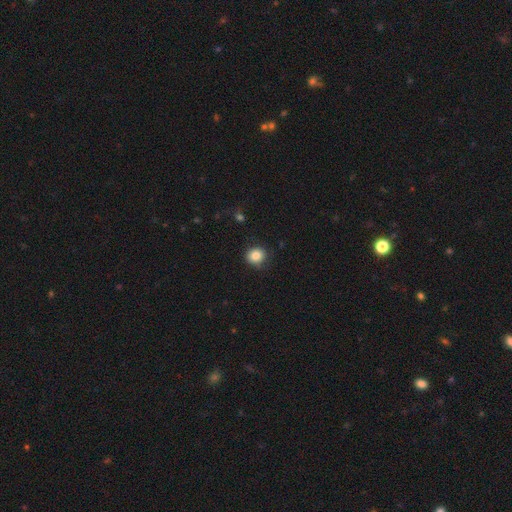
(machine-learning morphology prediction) smooth_or_featured: smooth (p=0.84) [alt: star or artifact p=0.10]
how_rounded: round (p=0.85) [alt: in between p=0.14]
merging: none (p=0.84) [alt: minor disturbance p=0.12]